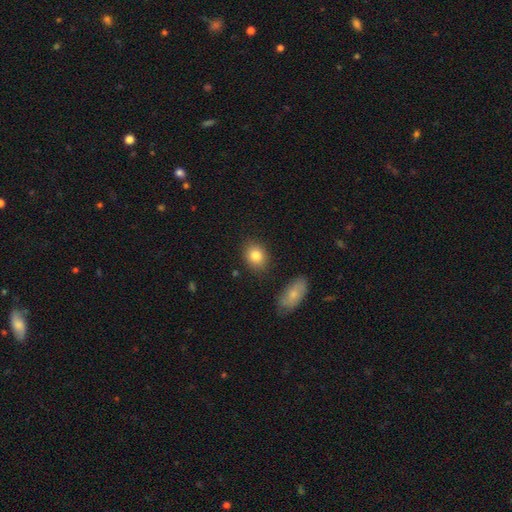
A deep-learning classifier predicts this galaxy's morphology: The model was most divided on "how rounded": round: 52%, in between: 47%, cigar-shaped: 1%. More confident: smooth or featured — smooth (83%); merging — none (83%).